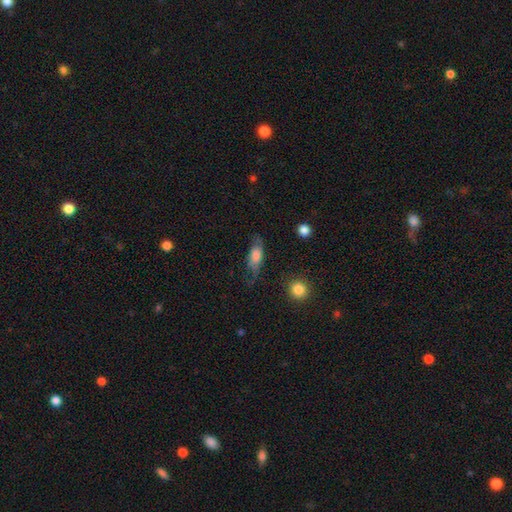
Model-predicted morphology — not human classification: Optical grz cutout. It shows a smooth galaxy with no disk features (66%) that is in between round and cigar-shaped (74%). Merging: none (59%).